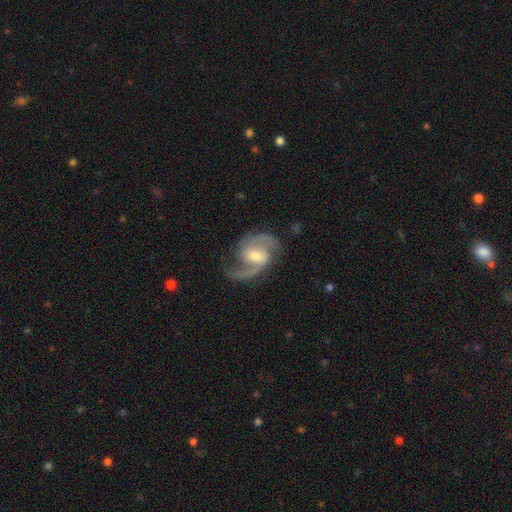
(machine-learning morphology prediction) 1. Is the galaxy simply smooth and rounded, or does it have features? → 91% featured or disk, 4% star or artifact, 4% smooth.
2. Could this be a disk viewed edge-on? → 98% no, 2% yes.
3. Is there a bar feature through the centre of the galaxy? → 53% weak, 27% no, 20% strong.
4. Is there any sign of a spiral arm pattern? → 98% yes, 2% no.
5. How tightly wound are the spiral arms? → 59% medium, 25% loose, 15% tight.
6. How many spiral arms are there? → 91% 2, 2% 3, 2% 1, 2% can't tell, 1% 4, 1% more than 4.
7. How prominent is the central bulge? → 56% moderate, 36% small, 5% large, 3% none, 1% dominant.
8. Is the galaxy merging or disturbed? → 77% none, 15% minor disturbance, 7% major disturbance, 1% merger.